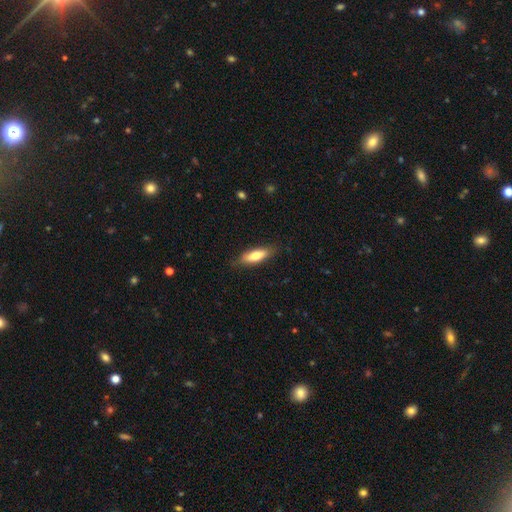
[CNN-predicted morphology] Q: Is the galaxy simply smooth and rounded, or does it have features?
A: smooth — 73%.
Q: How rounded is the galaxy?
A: in between — 50%.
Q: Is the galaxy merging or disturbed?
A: none — 83%.